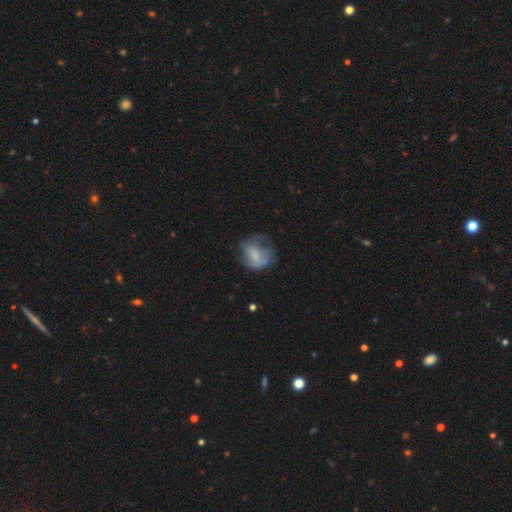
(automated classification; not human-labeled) Smooth or featured?
  - smooth: 57% *
  - featured or disk: 33%
  - star or artifact: 10%
How rounded?
  - round: 58% *
  - in between: 40%
  - cigar-shaped: 2%
Merging?
  - none: 41% *
  - minor disturbance: 28%
  - major disturbance: 27%
  - merger: 3%